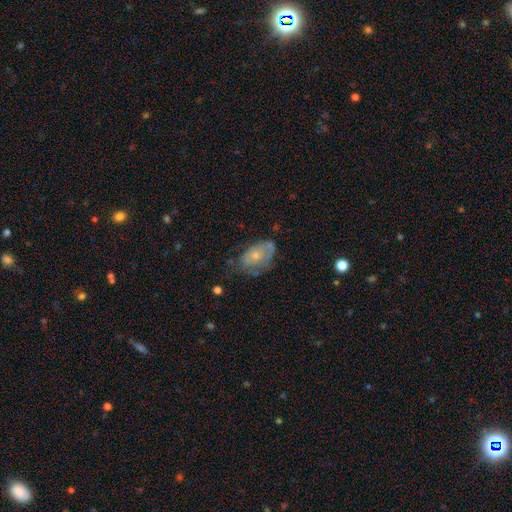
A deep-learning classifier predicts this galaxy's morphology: Smooth or featured?
  - smooth: 51% *
  - featured or disk: 42%
  - star or artifact: 7%
How rounded?
  - in between: 87% *
  - round: 11%
  - cigar-shaped: 2%
Merging?
  - none: 42% *
  - minor disturbance: 34%
  - major disturbance: 19%
  - merger: 4%